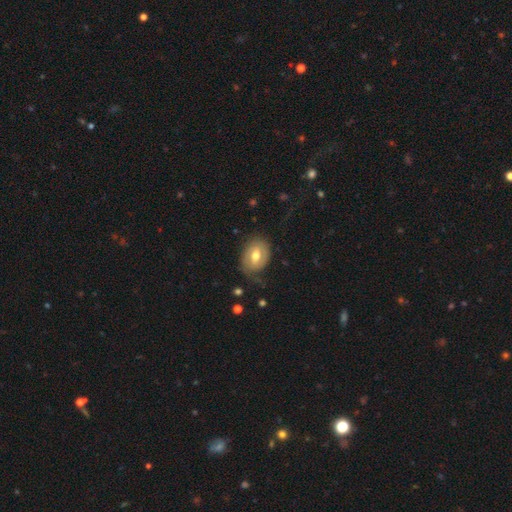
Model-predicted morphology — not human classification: This is possibly a featured or disk galaxy (48%). Merging: likely none (64%).